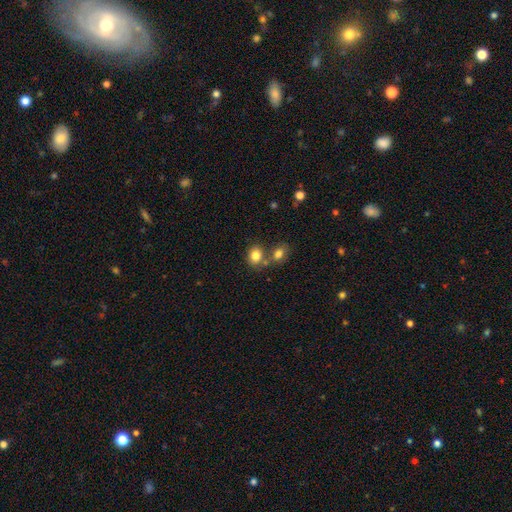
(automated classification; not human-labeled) The model was most divided on "merging": none: 52%, merger: 33%, minor disturbance: 11%, major disturbance: 4%. More confident: smooth or featured — smooth (82%); how rounded — round (60%).